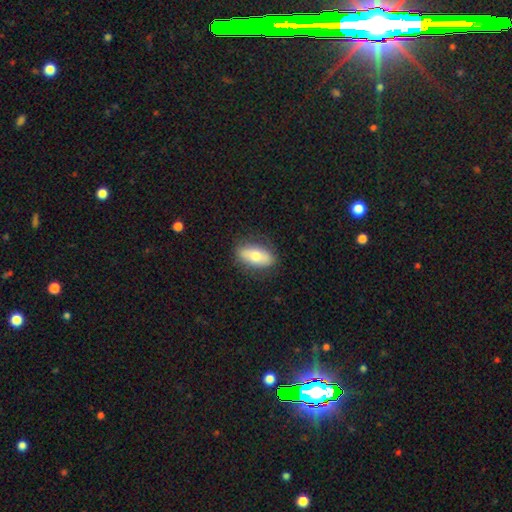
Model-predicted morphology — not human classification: This is likely a smooth galaxy (65%). How rounded: clearly in between (86%). Merging: clearly none (84%).